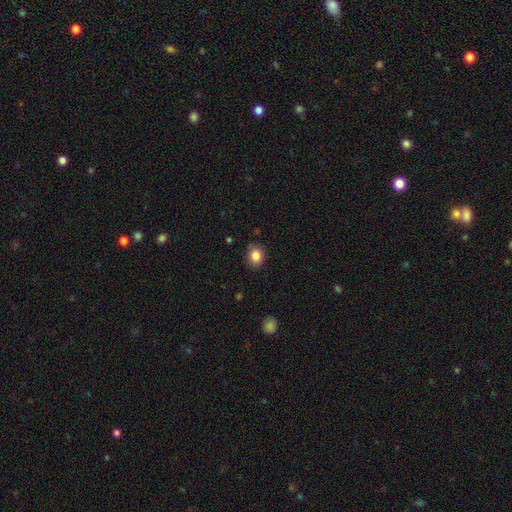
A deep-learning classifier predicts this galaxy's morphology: Q: Smooth or featured?
A: smooth (85%); runner-up: star or artifact (9%)
Q: How rounded?
A: round (59%); runner-up: in between (40%)
Q: Merging?
A: none (84%); runner-up: minor disturbance (12%)